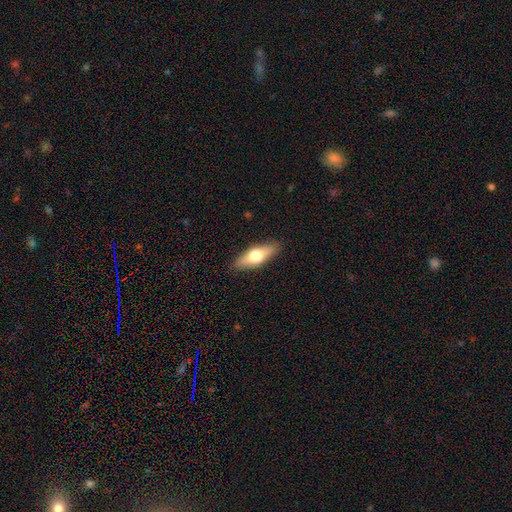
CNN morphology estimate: Smooth or featured? smooth (55%)
How rounded? in between (60%)
Merging? none (88%)